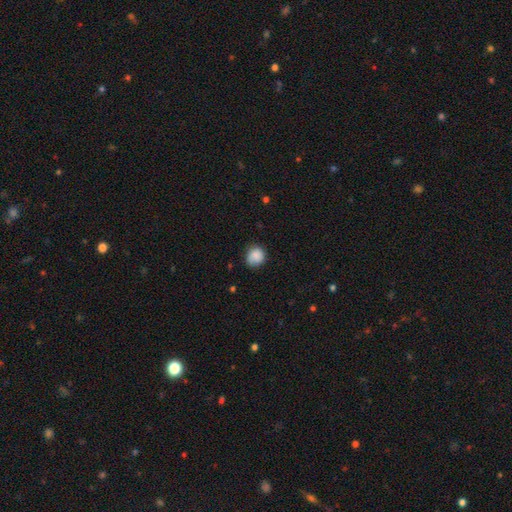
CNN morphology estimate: The model was most divided on "merging": none: 74%, minor disturbance: 21%, major disturbance: 4%, merger: 1%. More confident: smooth or featured — smooth (86%); how rounded — round (79%).